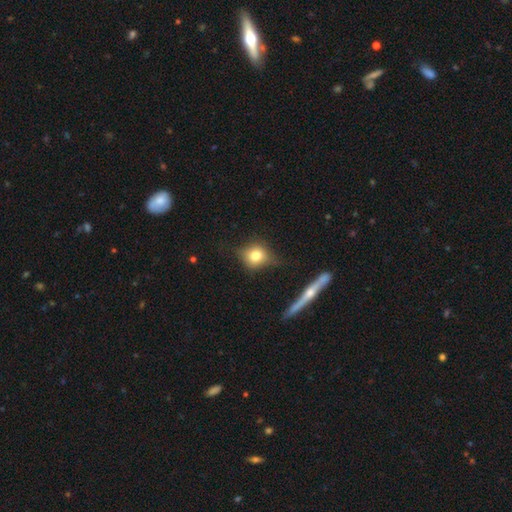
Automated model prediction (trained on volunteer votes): smooth-or-featured: smooth: 73% | featured or disk: 16% | star or artifact: 10%
  how-rounded: round: 77% | in between: 21% | cigar-shaped: 3%
  merging: none: 68% | minor disturbance: 20% | major disturbance: 7% | merger: 5%